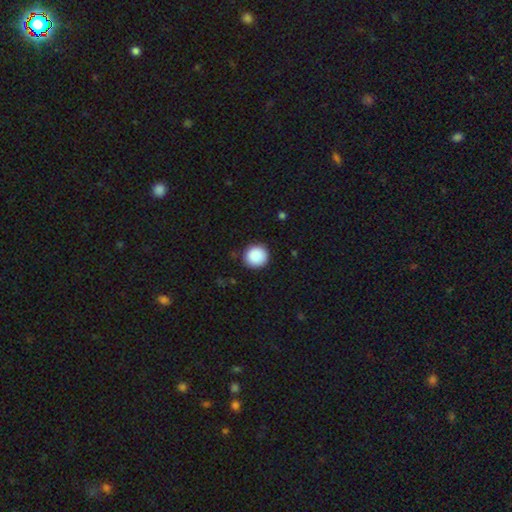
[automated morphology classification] Q: Smooth or featured?
A: smooth (89%); runner-up: star or artifact (8%)
Q: How rounded?
A: round (93%); runner-up: in between (6%)
Q: Merging?
A: none (90%); runner-up: minor disturbance (7%)